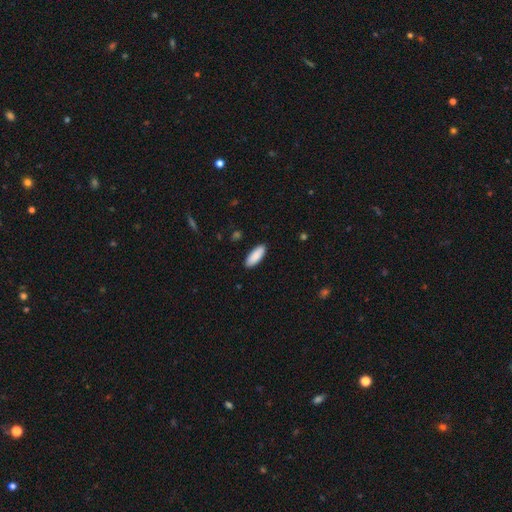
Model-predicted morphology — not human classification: Smooth or featured? Predicted: smooth (p=0.90). How rounded? Predicted: in between (p=0.74). Merging? Predicted: none (p=0.89).